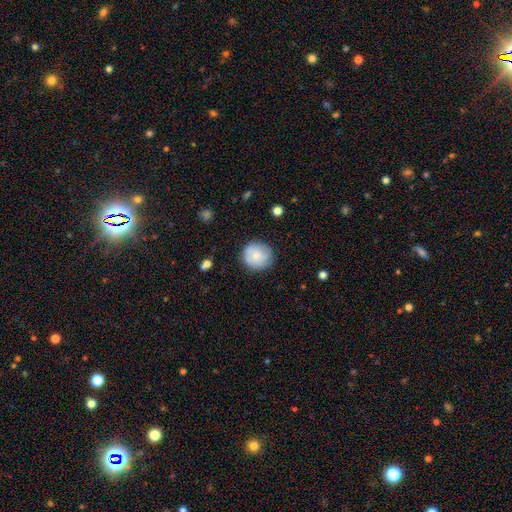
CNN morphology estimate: Smooth or featured? Predicted: smooth (p=0.69). How rounded? Predicted: round (p=0.91). Merging? Predicted: none (p=0.81).